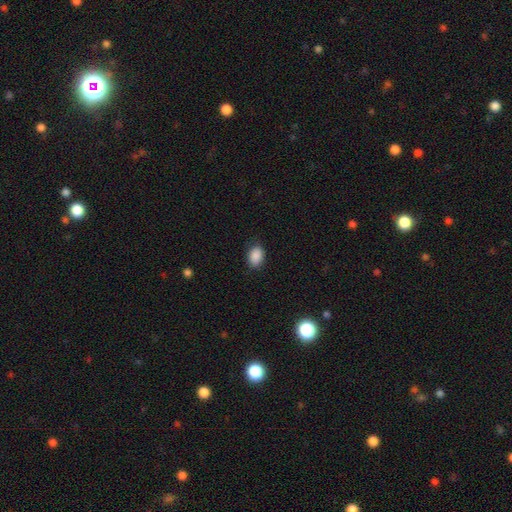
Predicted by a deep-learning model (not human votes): This appears to be a smooth galaxy with no disk features (89%) that is in between round and cigar-shaped (81%). Merging: none (84%).